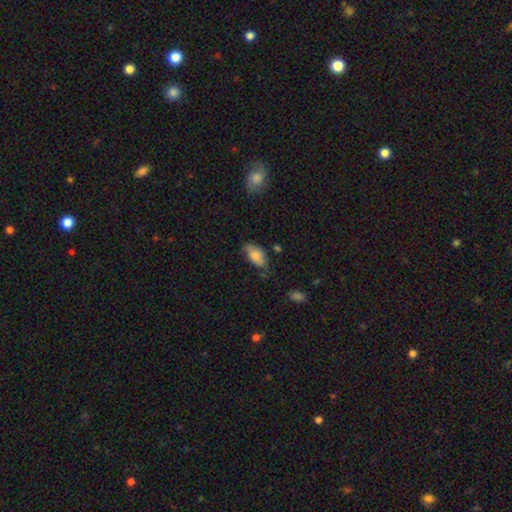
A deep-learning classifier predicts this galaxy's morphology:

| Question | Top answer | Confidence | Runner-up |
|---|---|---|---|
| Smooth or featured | smooth | 79% | featured or disk (14%) |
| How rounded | in between | 93% | cigar-shaped (4%) |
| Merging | none | 58% | minor disturbance (32%) |